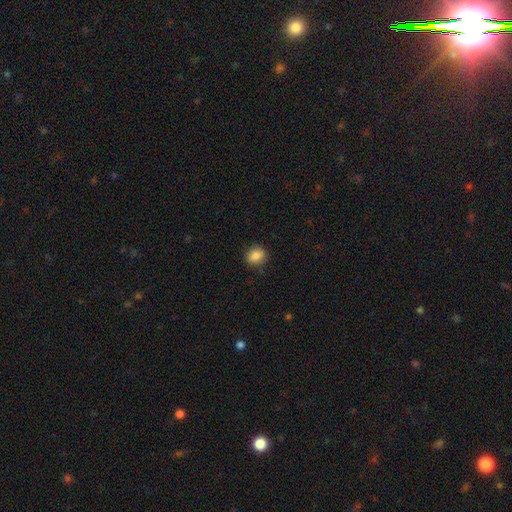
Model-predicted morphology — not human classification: Smooth or featured? smooth (86%)
How rounded? round (70%)
Merging? none (87%)